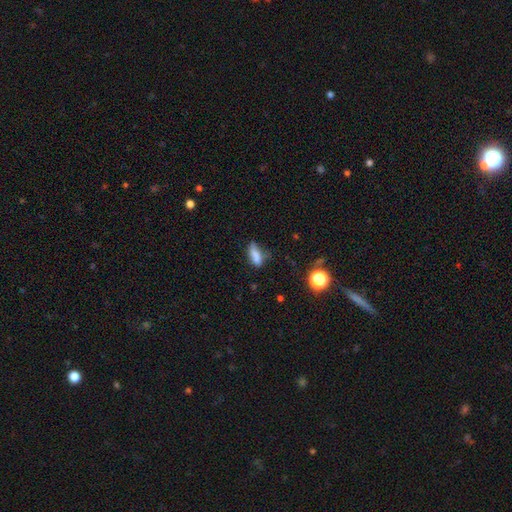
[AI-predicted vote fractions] smooth_or_featured: smooth (p=0.76) [alt: featured or disk p=0.13]
how_rounded: in between (p=0.67) [alt: cigar-shaped p=0.28]
merging: none (p=0.48) [alt: minor disturbance p=0.33]